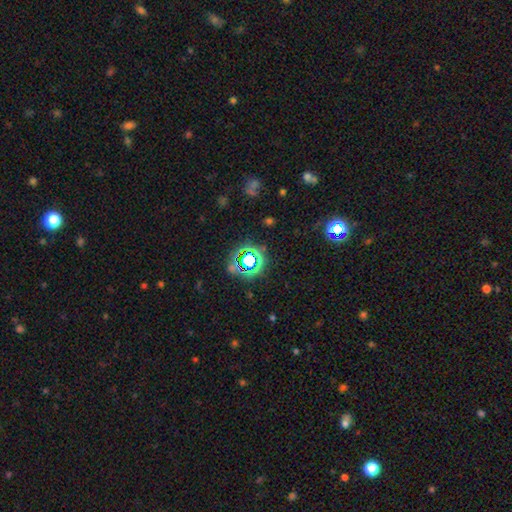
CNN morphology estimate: Smooth or featured?
  - star or artifact: 71% *
  - smooth: 20%
  - featured or disk: 9%